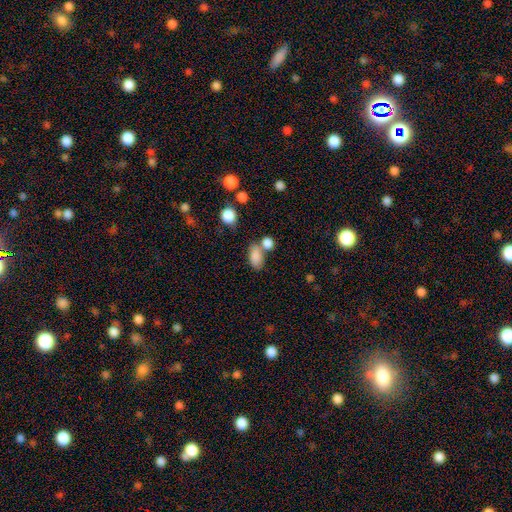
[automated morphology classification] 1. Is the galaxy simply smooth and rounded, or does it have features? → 84% smooth, 9% star or artifact, 7% featured or disk.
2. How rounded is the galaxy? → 88% in between, 10% round, 3% cigar-shaped.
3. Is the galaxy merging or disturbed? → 48% none, 32% merger, 14% minor disturbance, 6% major disturbance.